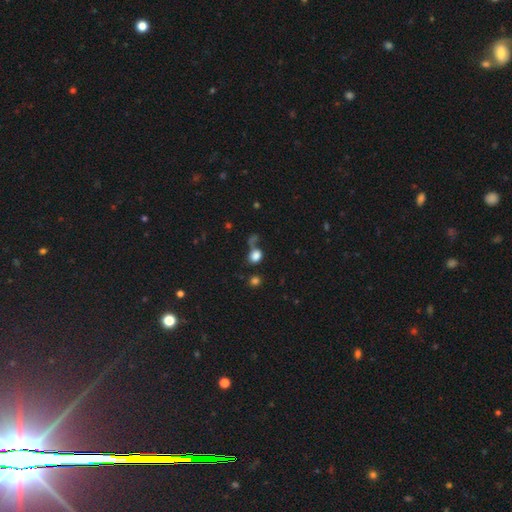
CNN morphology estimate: type=smooth (80%); roundness=round (61%); merging=none (54%).